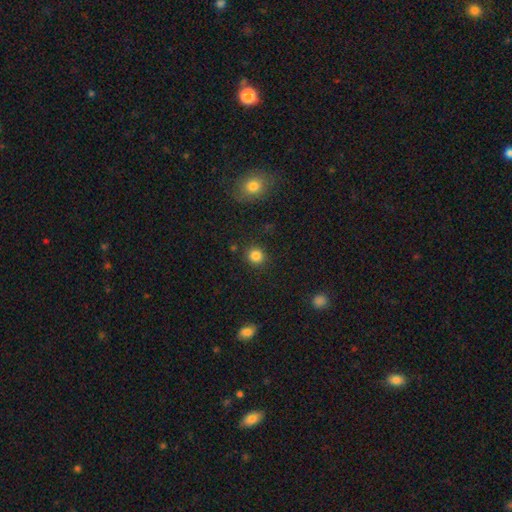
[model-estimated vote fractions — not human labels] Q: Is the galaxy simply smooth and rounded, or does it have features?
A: smooth — 84%.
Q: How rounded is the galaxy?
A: round — 90%.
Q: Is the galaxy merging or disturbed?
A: none — 88%.